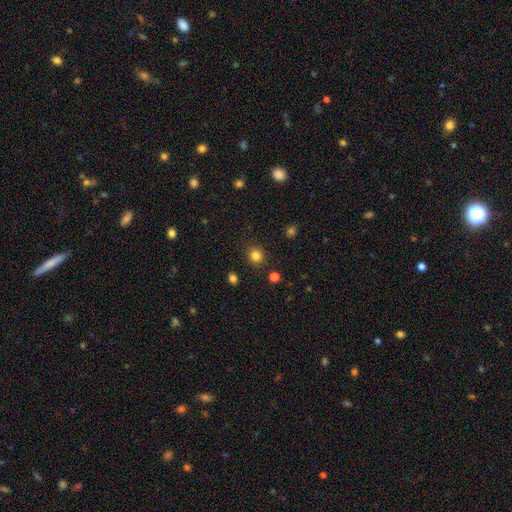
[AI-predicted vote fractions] A smooth galaxy with no disk features (82%) that is round (82%). Merging: none (88%).